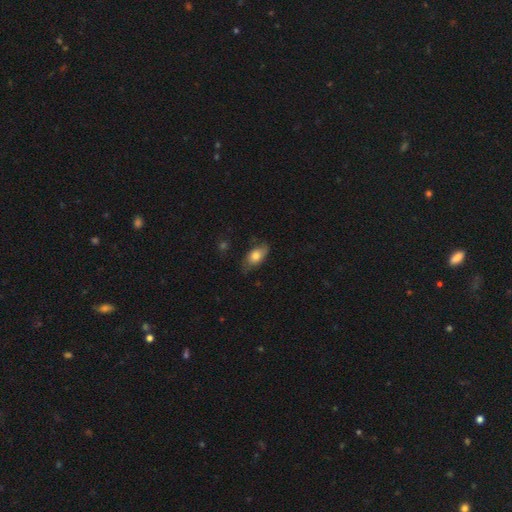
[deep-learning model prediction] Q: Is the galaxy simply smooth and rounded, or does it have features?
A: smooth — 70%.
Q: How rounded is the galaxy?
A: in between — 87%.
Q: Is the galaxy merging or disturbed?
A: none — 65%.